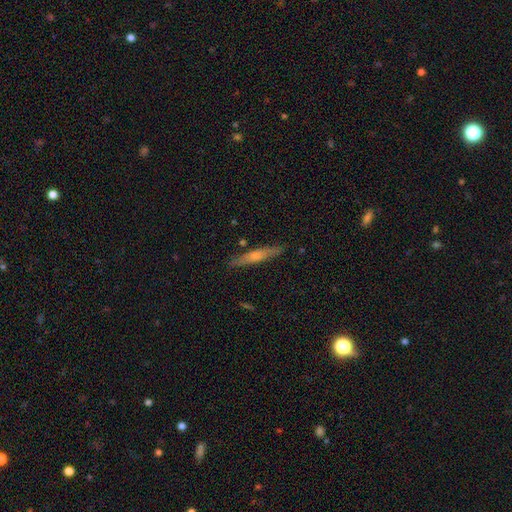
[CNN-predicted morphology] type=smooth (50%); roundness=cigar-shaped (92%); merging=none (85%).